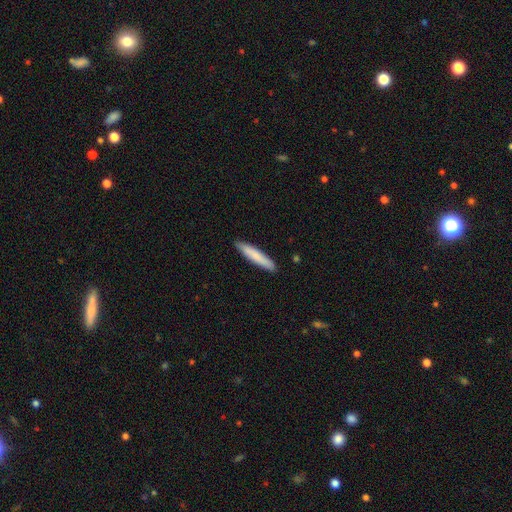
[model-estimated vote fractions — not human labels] Smooth or featured?
  - smooth: 78% *
  - featured or disk: 16%
  - star or artifact: 5%
How rounded?
  - cigar-shaped: 92% *
  - in between: 7%
  - round: 1%
Merging?
  - none: 90% *
  - minor disturbance: 7%
  - major disturbance: 1%
  - merger: 1%